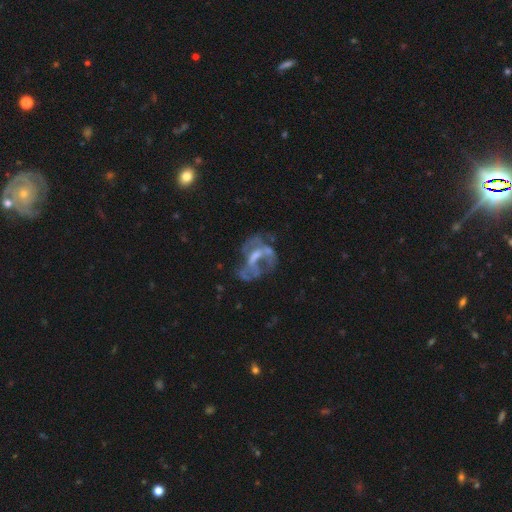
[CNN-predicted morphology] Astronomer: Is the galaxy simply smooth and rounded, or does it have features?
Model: featured or disk — 70%.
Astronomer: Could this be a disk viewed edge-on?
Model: no — 96%.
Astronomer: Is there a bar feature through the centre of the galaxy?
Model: no — 52% (runner-up: weak, 33%).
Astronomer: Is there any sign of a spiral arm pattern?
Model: no — 65%.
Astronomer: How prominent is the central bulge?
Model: moderate — 33% (runner-up: small, 31%).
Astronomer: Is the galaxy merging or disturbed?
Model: none — 37% (runner-up: major disturbance, 36%).